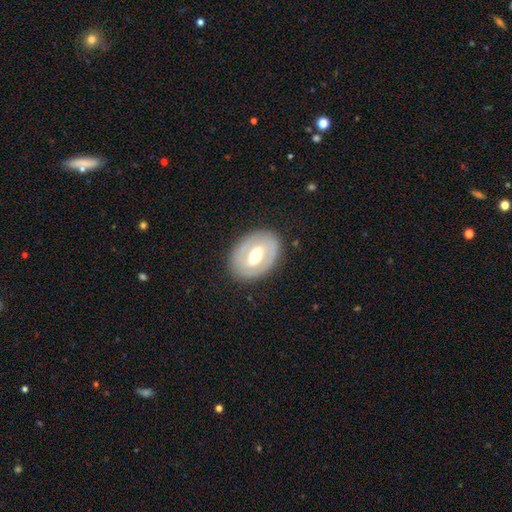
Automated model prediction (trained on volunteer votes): Overall: featured or disk (61%; smooth 33%). Edge-on disk: no (92%). Bar: weak (41%; strong 33%). Spiral arms: no (70%; yes 30%). Bulge size: moderate (65%). Merging: none (83%).